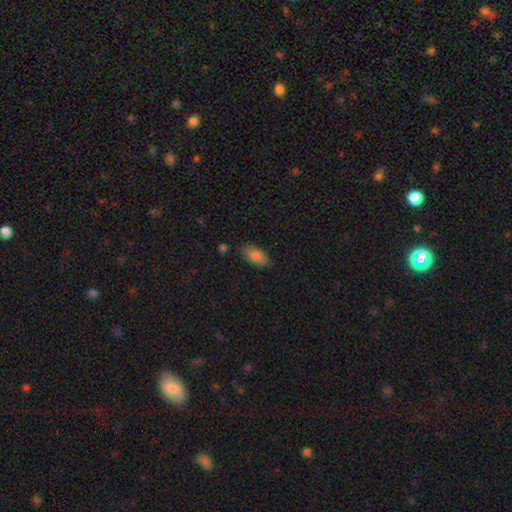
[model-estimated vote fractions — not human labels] smooth_or_featured: smooth (p=0.83) [alt: featured or disk p=0.10]
how_rounded: in between (p=0.92) [alt: cigar-shaped p=0.04]
merging: none (p=0.84) [alt: minor disturbance p=0.12]